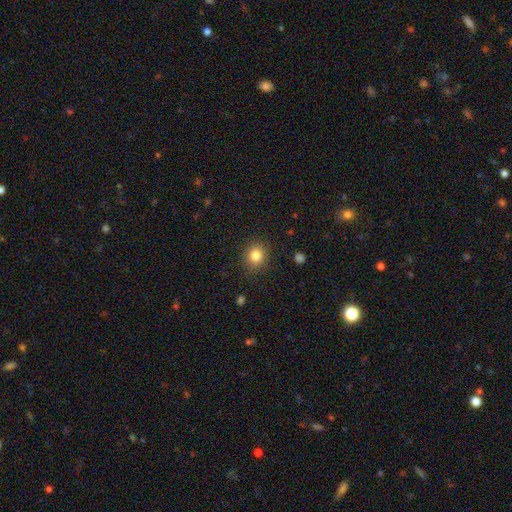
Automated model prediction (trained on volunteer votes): Smooth or featured?
  - smooth: 83% *
  - star or artifact: 11%
  - featured or disk: 6%
How rounded?
  - round: 83% *
  - in between: 16%
  - cigar-shaped: 1%
Merging?
  - none: 88% *
  - minor disturbance: 8%
  - major disturbance: 3%
  - merger: 1%